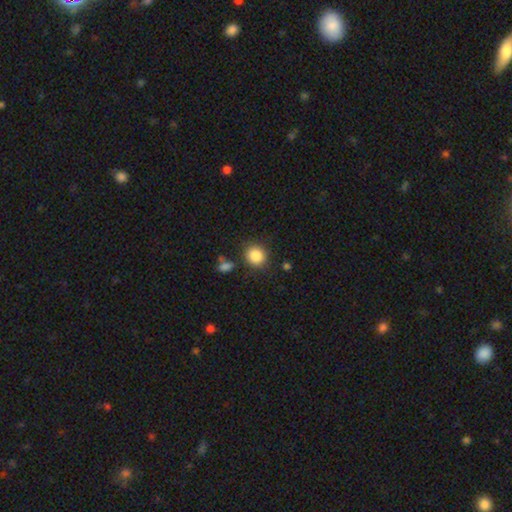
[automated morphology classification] The model was most divided on "how rounded": round: 82%, in between: 17%, cigar-shaped: 1%. More confident: smooth or featured — smooth (86%); merging — none (81%).